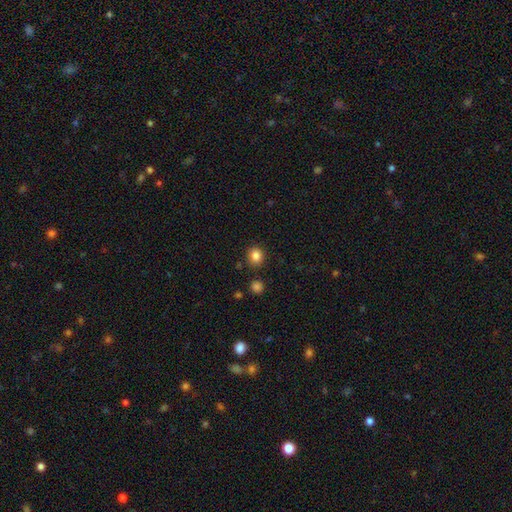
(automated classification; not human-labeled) This appears to be a smooth galaxy with no disk features (85%) that is round (81%). Merging: none (87%).